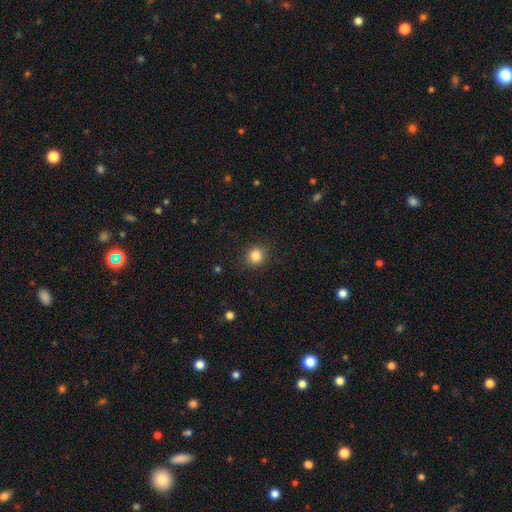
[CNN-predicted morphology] Smooth or featured: smooth — 85% (star or artifact — 11%)
How rounded: round — 86% (in between — 13%)
Merging: none — 90% (minor disturbance — 7%)